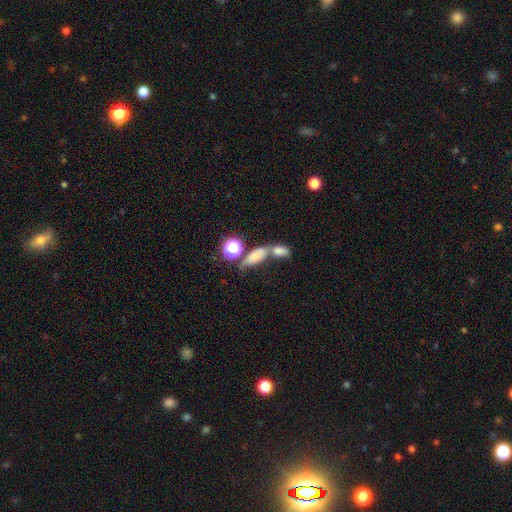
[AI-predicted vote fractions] Overall: smooth (66%). How rounded: in between (71%). Merging: merger (54%; none 29%).